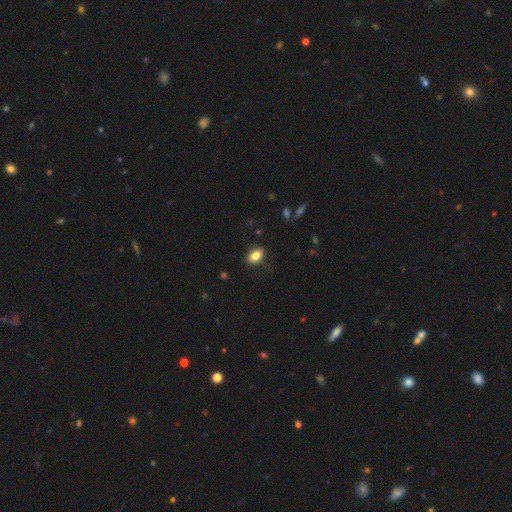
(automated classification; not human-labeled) A smooth galaxy with no disk features (81%) that is in between round and cigar-shaped (86%).

Vote fractions:
- Smooth or featured? smooth: 81% / featured or disk: 10% / star or artifact: 8%
- How rounded? in between: 86% / round: 11% / cigar-shaped: 3%
- Merging? none: 82% / minor disturbance: 13% / major disturbance: 3% / merger: 1%